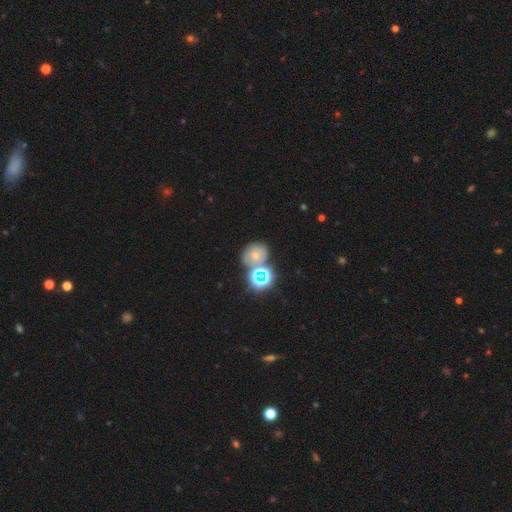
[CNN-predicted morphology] type=smooth (44%); merging=none (55%).